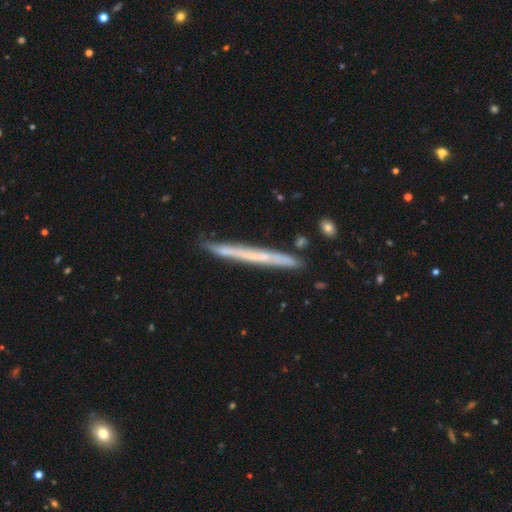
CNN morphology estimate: A featured or disk galaxy (55%) viewed edge-on (95%) with no central bulge (89%).

Vote fractions:
- Smooth or featured? featured or disk: 55% / smooth: 39% / star or artifact: 6%
- Edge-on disk? yes: 95% / no: 5%
- Edge-on bulge? none: 89% / rounded: 8% / boxy: 3%
- Merging? none: 86% / minor disturbance: 10% / merger: 3% / major disturbance: 2%